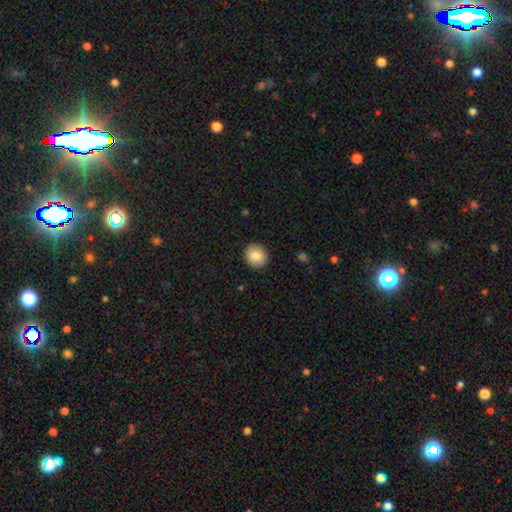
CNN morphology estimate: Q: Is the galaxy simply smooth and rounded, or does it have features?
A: smooth — 85%.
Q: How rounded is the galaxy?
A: round — 84%.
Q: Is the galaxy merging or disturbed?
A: none — 91%.